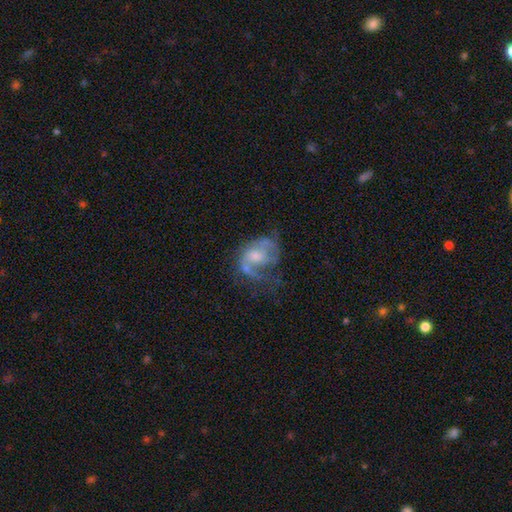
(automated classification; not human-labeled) A featured or disk galaxy (72%) with no bar (63%), 2 (42%) medium (42%) spiral arms (75%) and a moderate central bulge (46%). Merging: major disturbance (38%).